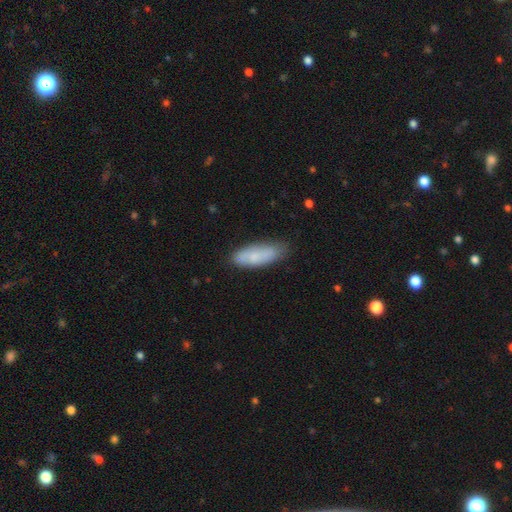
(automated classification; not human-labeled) A smooth galaxy with no disk features (74%) that is in between round and cigar-shaped (55%).

Vote fractions:
- Smooth or featured? smooth: 74% / featured or disk: 19% / star or artifact: 6%
- How rounded? in between: 55% / cigar-shaped: 43% / round: 2%
- Merging? none: 77% / minor disturbance: 18% / major disturbance: 3% / merger: 2%